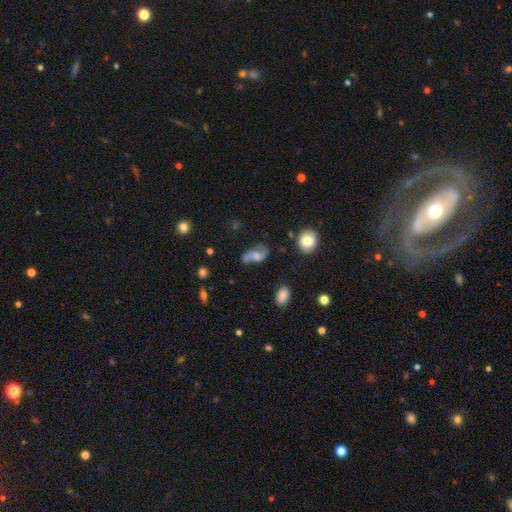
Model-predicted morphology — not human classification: Smooth or featured? featured or disk (67%)
Edge-on disk? no (96%)
Bar? no (58%)
Spiral arms? yes (91%)
Spiral winding? loose (68%)
Spiral arm count? 2 (89%)
Bulge size? moderate (40%)
Merging? none (61%)